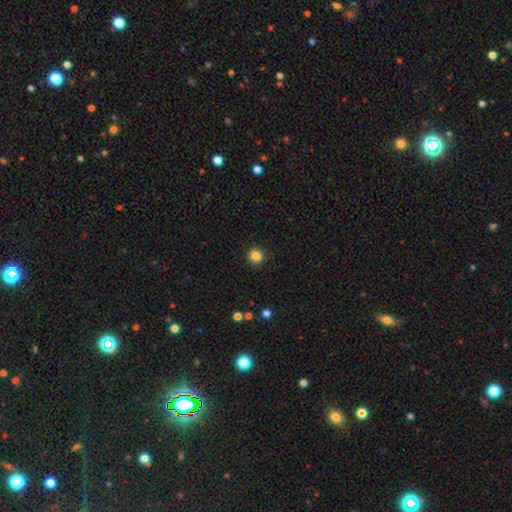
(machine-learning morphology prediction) This appears to be a smooth galaxy with no disk features (85%) that is round (95%). Merging: none (93%).